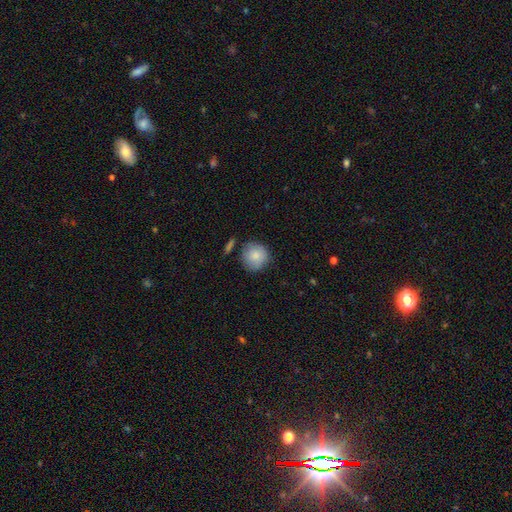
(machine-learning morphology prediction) Smooth or featured? smooth (85%)
How rounded? round (92%)
Merging? none (78%)